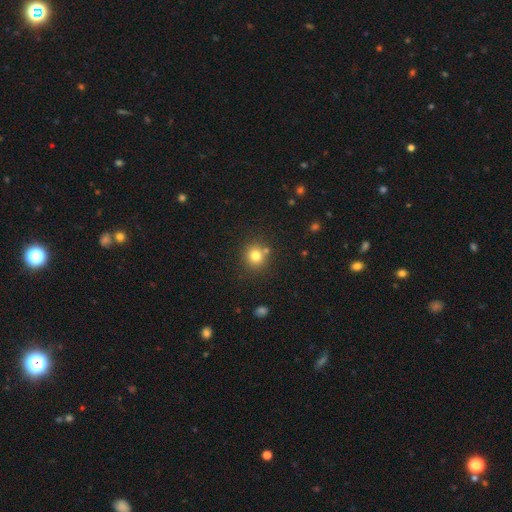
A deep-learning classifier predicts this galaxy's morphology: smooth_or_featured: smooth (p=0.79) [alt: star or artifact p=0.13]
how_rounded: round (p=0.88) [alt: in between p=0.11]
merging: none (p=0.77) [alt: merger p=0.11]